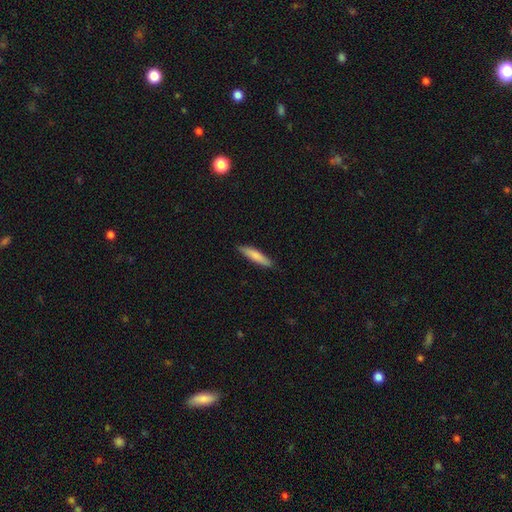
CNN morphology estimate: Smooth or featured? Predicted: smooth (p=0.80). How rounded? Predicted: cigar-shaped (p=0.84). Merging? Predicted: none (p=0.88).